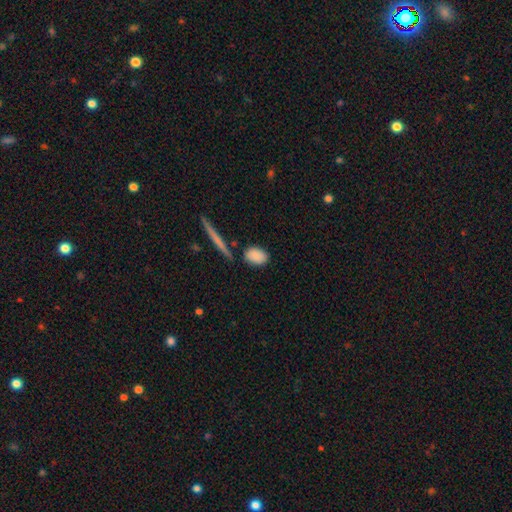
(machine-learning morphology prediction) This is clearly a smooth galaxy (86%). How rounded: clearly in between (85%). Merging: likely none (77%).